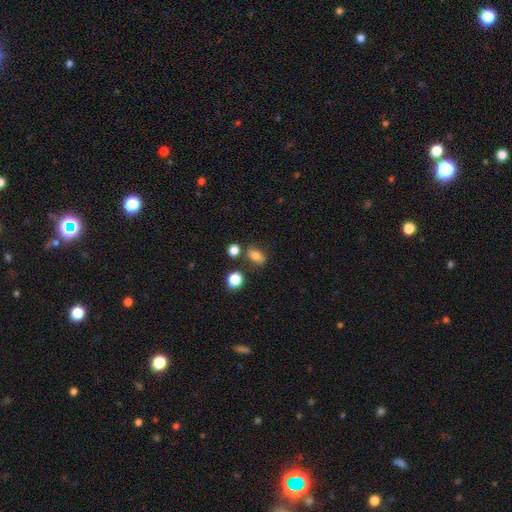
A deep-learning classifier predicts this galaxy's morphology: A smooth galaxy with no disk features (77%) that is in between round and cigar-shaped (76%). Merging: none (74%).